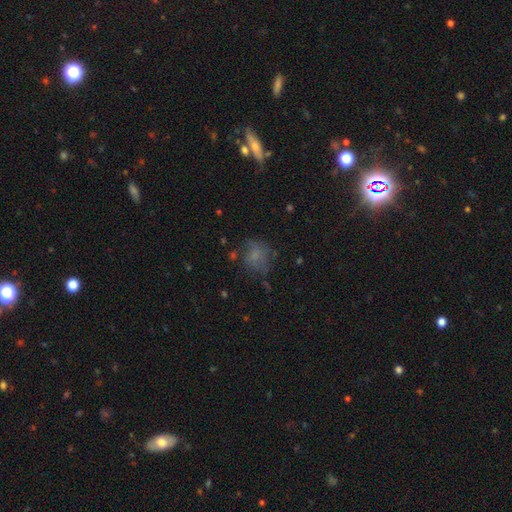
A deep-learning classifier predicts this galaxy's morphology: Q: Smooth or featured?
A: smooth (56%); runner-up: featured or disk (26%)
Q: How rounded?
A: round (65%); runner-up: in between (34%)
Q: Merging?
A: none (51%); runner-up: minor disturbance (23%)